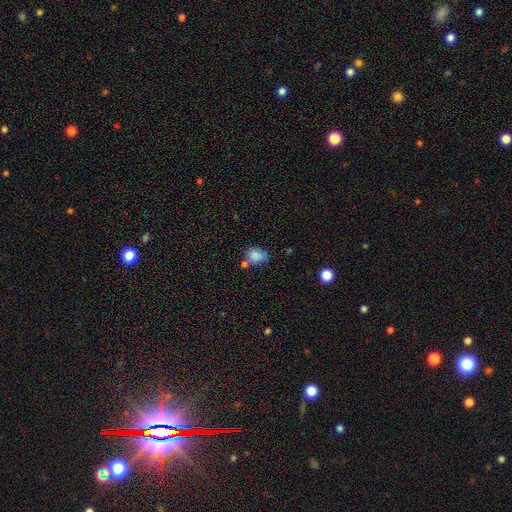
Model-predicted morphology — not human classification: Smooth or featured? smooth (83%)
How rounded? in between (53%)
Merging? none (55%)